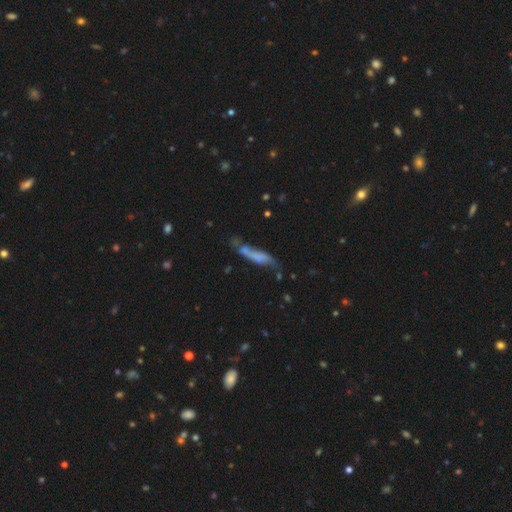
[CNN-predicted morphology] featured or disk 46%, smooth 44%, star or artifact 10%. Down the decision tree: merging — none (45%).